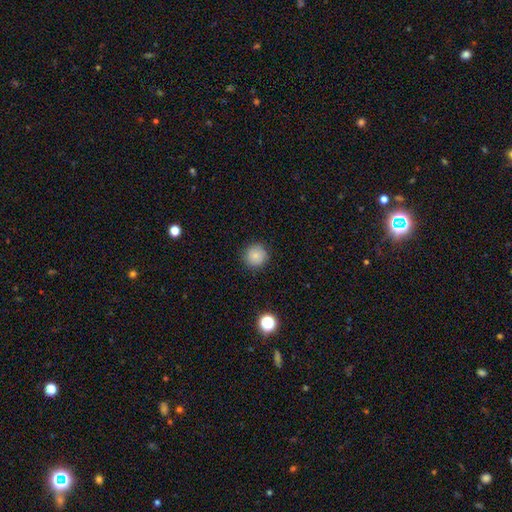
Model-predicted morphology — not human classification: A smooth galaxy with no disk features (81%) that is round (93%). Merging: none (88%).